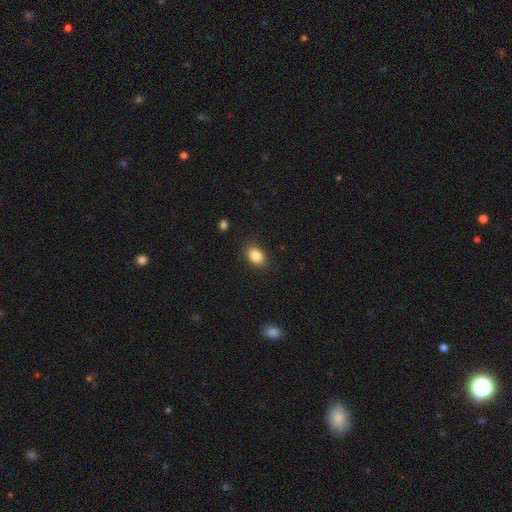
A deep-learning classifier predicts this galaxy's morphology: This is clearly a smooth galaxy (86%). How rounded: likely in between (76%). Merging: clearly none (87%).